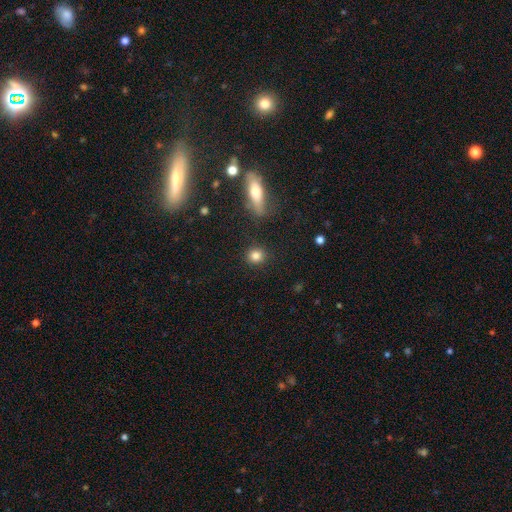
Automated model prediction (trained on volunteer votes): Overall: smooth (84%). How rounded: round (85%). Merging: none (89%).